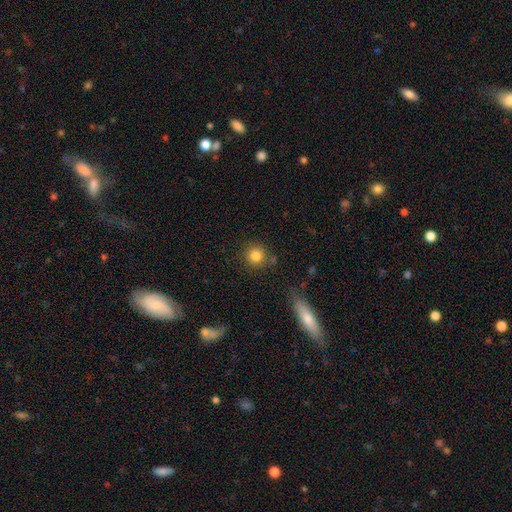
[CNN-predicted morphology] Smooth or featured: smooth — 83% (star or artifact — 11%)
How rounded: round — 92% (in between — 7%)
Merging: none — 81% (minor disturbance — 10%)